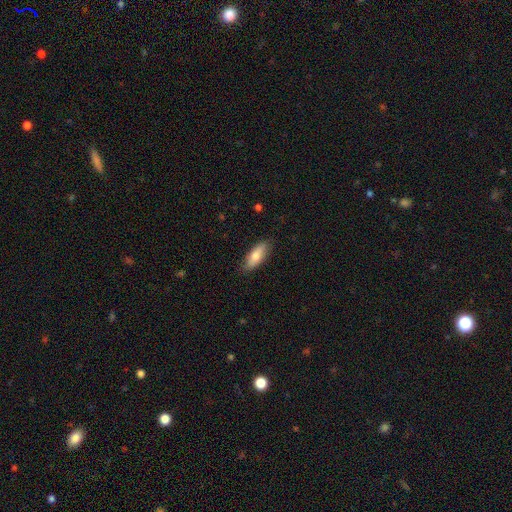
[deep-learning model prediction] smooth 74%, featured or disk 20%, star or artifact 6%. Down the decision tree: how rounded — in between (69%); merging — none (85%).